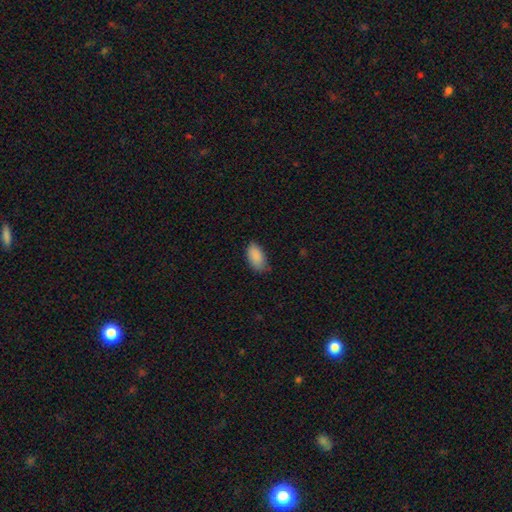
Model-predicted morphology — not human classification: smooth_or_featured: smooth (p=0.89) [alt: star or artifact p=0.07]
how_rounded: in between (p=0.94) [alt: round p=0.03]
merging: none (p=0.68) [alt: minor disturbance p=0.26]